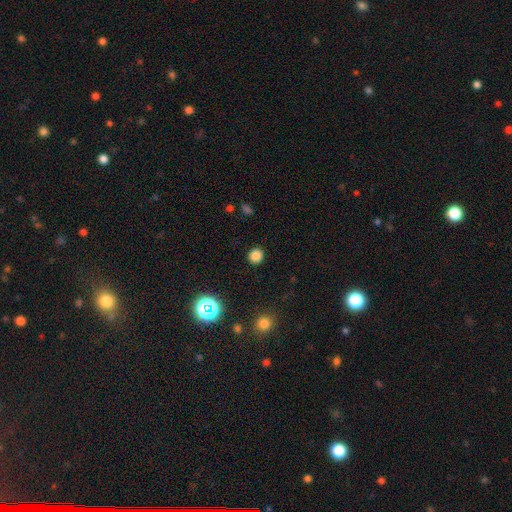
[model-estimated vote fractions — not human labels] Q: Smooth or featured?
A: smooth (81%); runner-up: star or artifact (15%)
Q: How rounded?
A: round (89%); runner-up: in between (10%)
Q: Merging?
A: none (91%); runner-up: minor disturbance (6%)